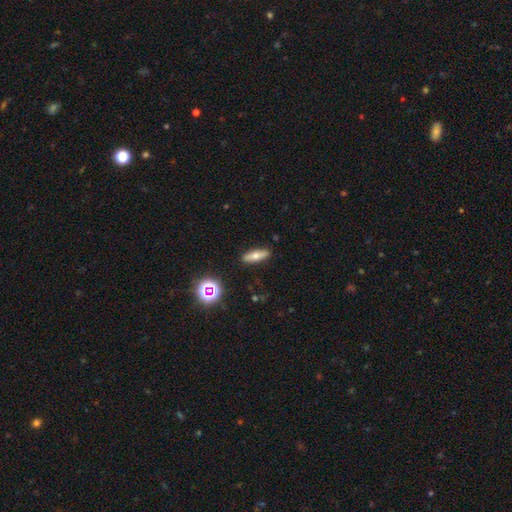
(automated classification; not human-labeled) smooth 62%, featured or disk 28%, star or artifact 10%. Down the decision tree: how rounded — cigar-shaped (54%); merging — none (89%).